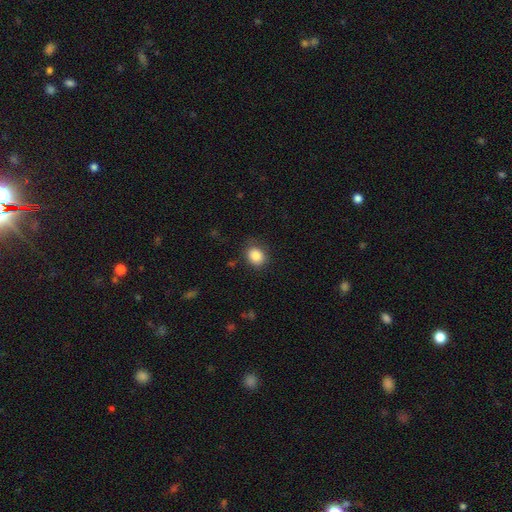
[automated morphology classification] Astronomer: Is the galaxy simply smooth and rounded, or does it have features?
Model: smooth — 86%.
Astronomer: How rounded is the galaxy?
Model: round — 59% (runner-up: in between, 40%).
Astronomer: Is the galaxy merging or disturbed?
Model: none — 81%.